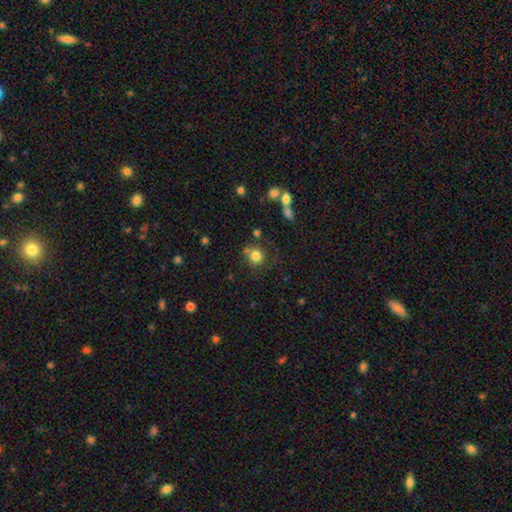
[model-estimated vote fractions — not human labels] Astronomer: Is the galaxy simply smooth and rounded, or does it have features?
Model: smooth — 80%.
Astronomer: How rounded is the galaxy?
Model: round — 86%.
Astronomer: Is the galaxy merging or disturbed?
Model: none — 67%.